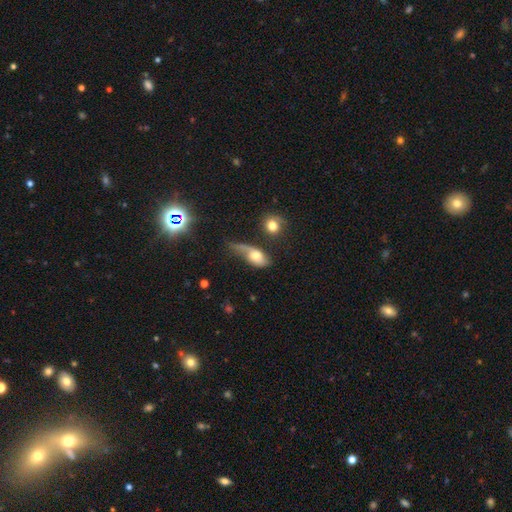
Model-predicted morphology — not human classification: Smooth or featured?
  - smooth: 58% *
  - featured or disk: 32%
  - star or artifact: 10%
How rounded?
  - in between: 78% *
  - round: 14%
  - cigar-shaped: 8%
Merging?
  - major disturbance: 35% *
  - minor disturbance: 28%
  - none: 24%
  - merger: 13%